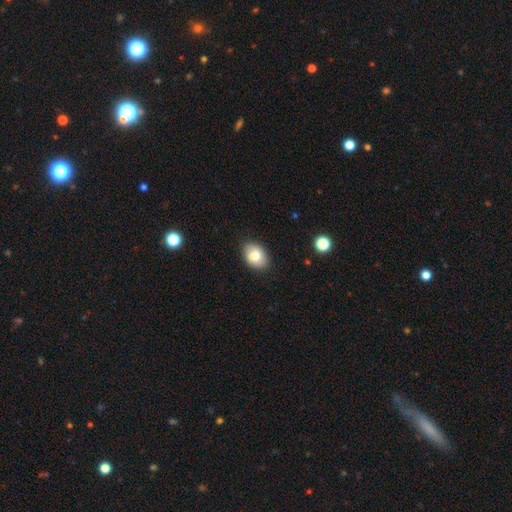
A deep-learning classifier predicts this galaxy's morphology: The model was most divided on "how rounded": in between: 74%, round: 25%, cigar-shaped: 1%. More confident: merging — none (83%); smooth or featured — smooth (79%).